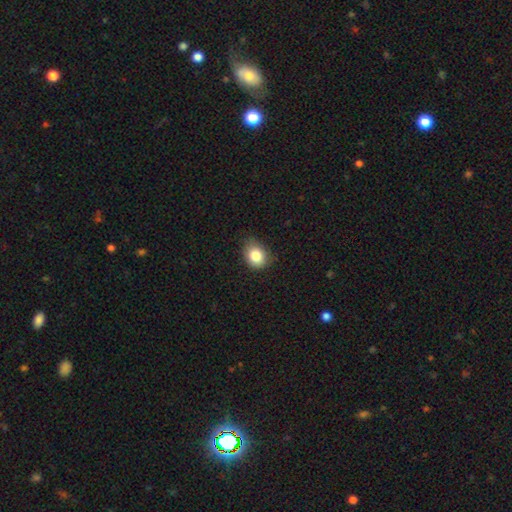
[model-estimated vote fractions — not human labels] Smooth or featured?
  - smooth: 83% *
  - star or artifact: 10%
  - featured or disk: 7%
How rounded?
  - round: 54% *
  - in between: 45%
  - cigar-shaped: 1%
Merging?
  - none: 73% *
  - minor disturbance: 22%
  - major disturbance: 4%
  - merger: 1%